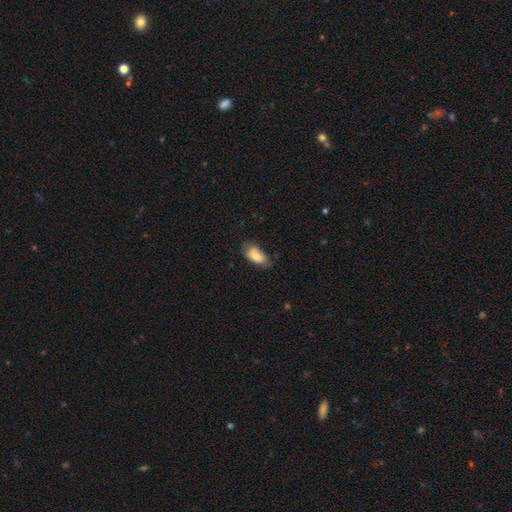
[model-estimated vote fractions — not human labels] Smooth or featured: smooth — 81% (featured or disk — 13%)
How rounded: in between — 92% (cigar-shaped — 5%)
Merging: none — 63% (minor disturbance — 28%)